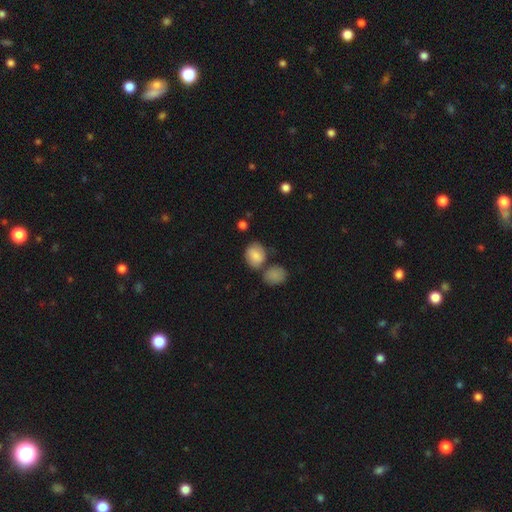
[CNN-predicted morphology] smooth_or_featured: smooth (p=0.82) [alt: featured or disk p=0.11]
how_rounded: in between (p=0.52) [alt: round p=0.46]
merging: none (p=0.55) [alt: merger p=0.23]